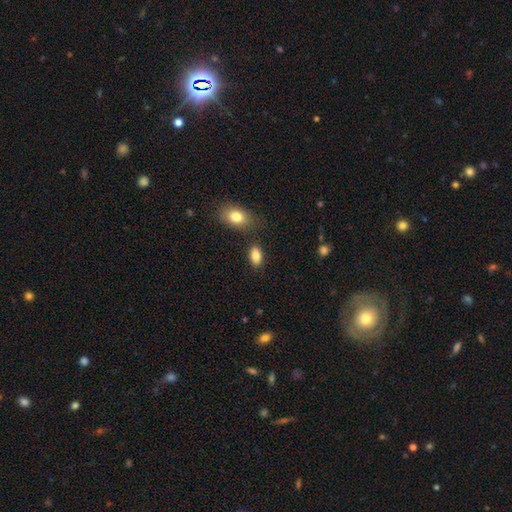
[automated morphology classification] This is clearly a smooth galaxy (84%). How rounded: clearly in between (90%). Merging: likely none (80%).